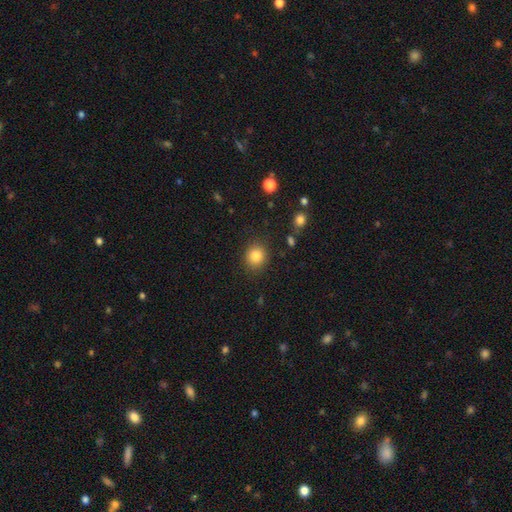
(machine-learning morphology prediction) smooth_or_featured: smooth (p=0.84) [alt: star or artifact p=0.10]
how_rounded: round (p=0.82) [alt: in between p=0.17]
merging: none (p=0.86) [alt: minor disturbance p=0.09]